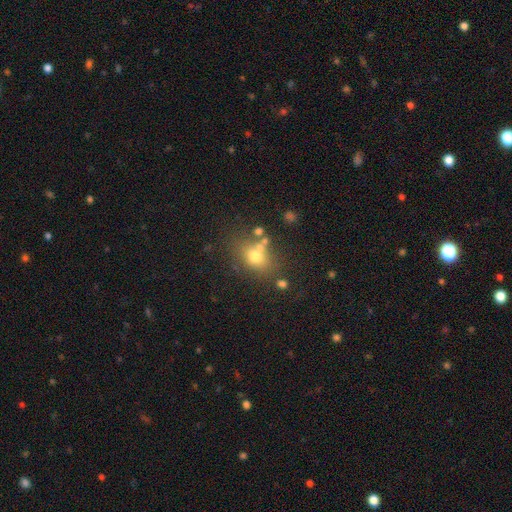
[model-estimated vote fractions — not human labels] Smooth or featured?
  - smooth: 68% *
  - star or artifact: 17%
  - featured or disk: 16%
How rounded?
  - in between: 51% *
  - round: 47%
  - cigar-shaped: 2%
Merging?
  - none: 62% *
  - merger: 16%
  - minor disturbance: 15%
  - major disturbance: 7%